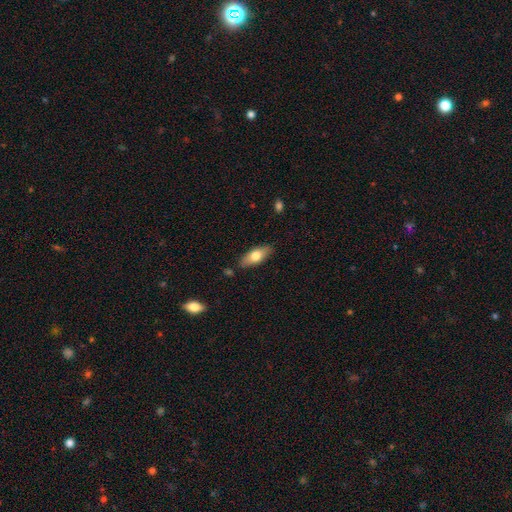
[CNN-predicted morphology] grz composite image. It shows a smooth galaxy with no disk features (71%) that is in between round and cigar-shaped (77%). Merging: none (84%).